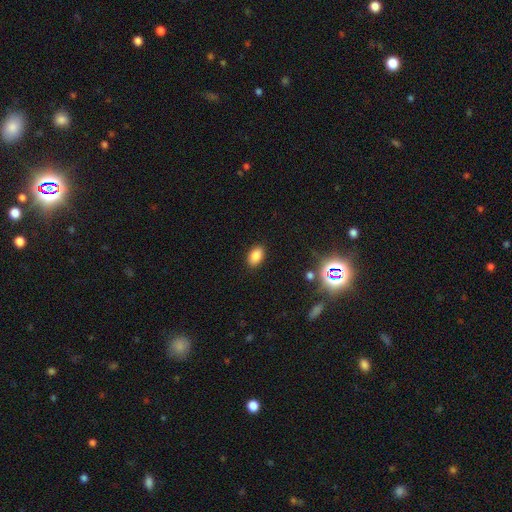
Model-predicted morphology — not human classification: The model was most divided on "smooth or featured": smooth: 84%, star or artifact: 12%, featured or disk: 5%. More confident: how rounded — in between (89%); merging — none (88%).